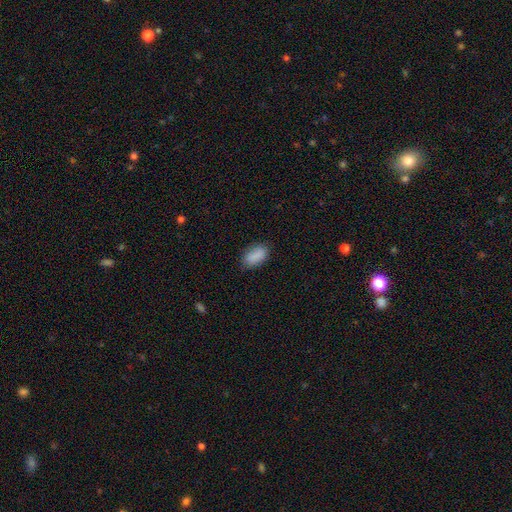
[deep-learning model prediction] Overall: smooth (88%). How rounded: in between (92%). Merging: none (82%).